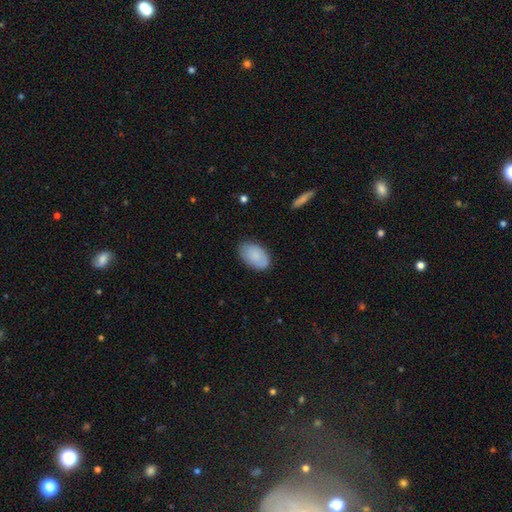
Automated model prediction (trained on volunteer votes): Smooth or featured? smooth (81%)
How rounded? in between (92%)
Merging? none (80%)